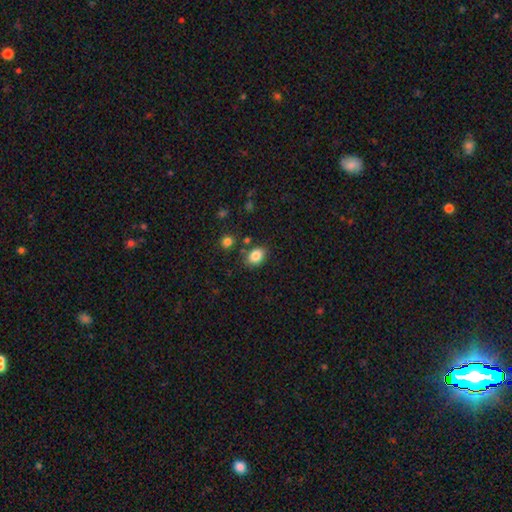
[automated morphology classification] smooth-or-featured: smooth: 84% | star or artifact: 9% | featured or disk: 6%
  how-rounded: in between: 70% | round: 29% | cigar-shaped: 1%
  merging: none: 76% | minor disturbance: 14% | merger: 6% | major disturbance: 4%